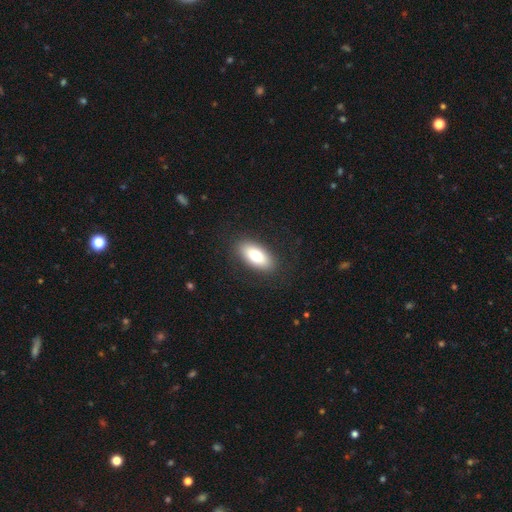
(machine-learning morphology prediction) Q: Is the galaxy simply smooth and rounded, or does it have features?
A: smooth — 77%.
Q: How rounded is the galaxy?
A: in between — 91%.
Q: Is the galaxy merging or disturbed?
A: none — 88%.